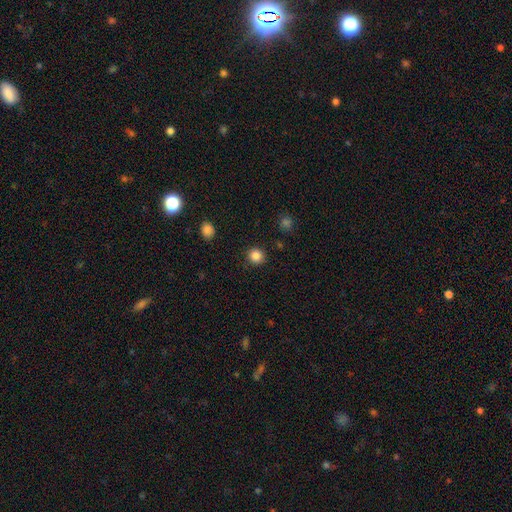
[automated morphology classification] Q: Smooth or featured?
A: smooth (86%); runner-up: star or artifact (11%)
Q: How rounded?
A: round (91%); runner-up: in between (8%)
Q: Merging?
A: none (90%); runner-up: minor disturbance (6%)